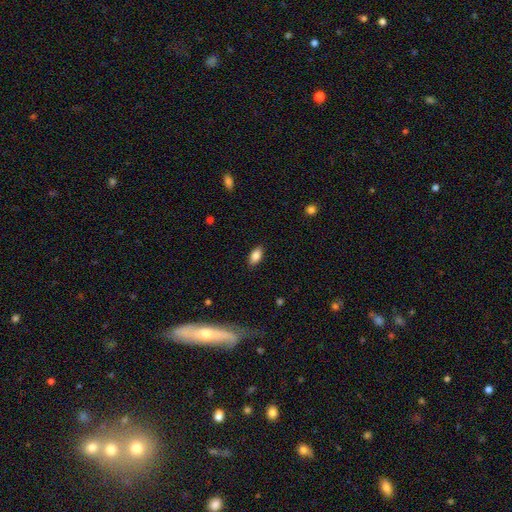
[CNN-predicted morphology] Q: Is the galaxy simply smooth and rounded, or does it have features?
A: smooth — 85%.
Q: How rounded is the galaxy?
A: in between — 90%.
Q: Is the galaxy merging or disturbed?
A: none — 87%.